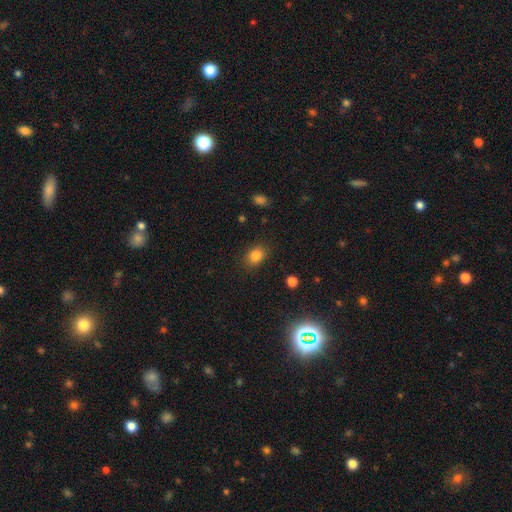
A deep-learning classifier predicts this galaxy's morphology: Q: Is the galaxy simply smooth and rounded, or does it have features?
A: smooth — 82%.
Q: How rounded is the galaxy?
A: in between — 62%.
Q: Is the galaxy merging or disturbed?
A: none — 85%.